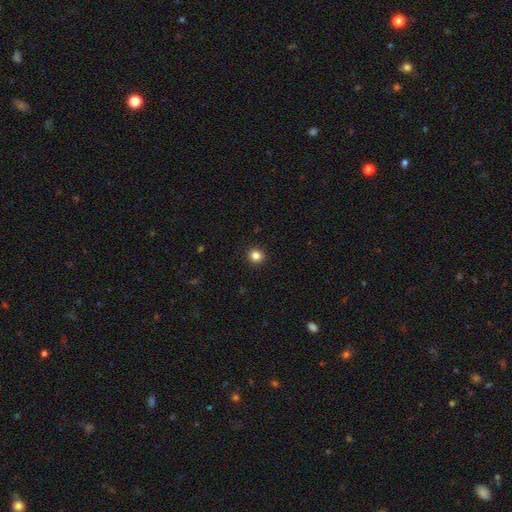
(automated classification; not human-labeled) This is clearly a smooth galaxy (84%). How rounded: clearly round (92%). Merging: clearly none (93%).